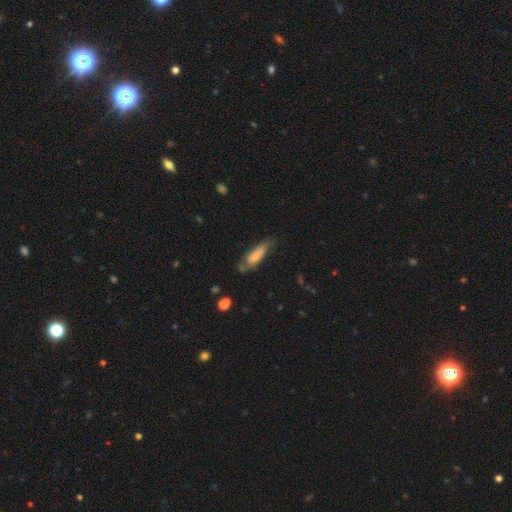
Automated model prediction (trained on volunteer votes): Smooth or featured: smooth — 68% (featured or disk — 25%)
How rounded: in between — 55% (cigar-shaped — 43%)
Merging: none — 50% (minor disturbance — 33%)